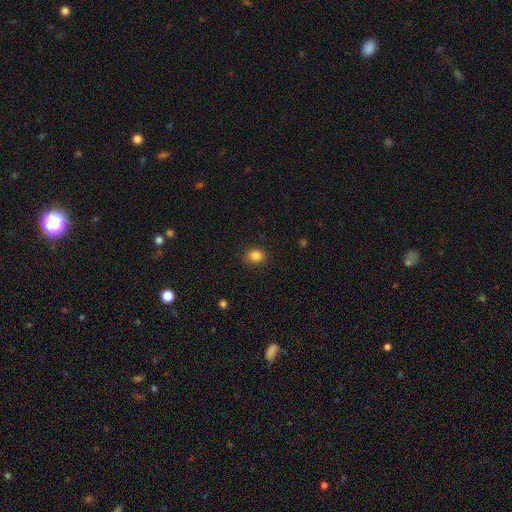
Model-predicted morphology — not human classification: A smooth galaxy with no disk features (85%) that is round (66%). Merging: none (85%).